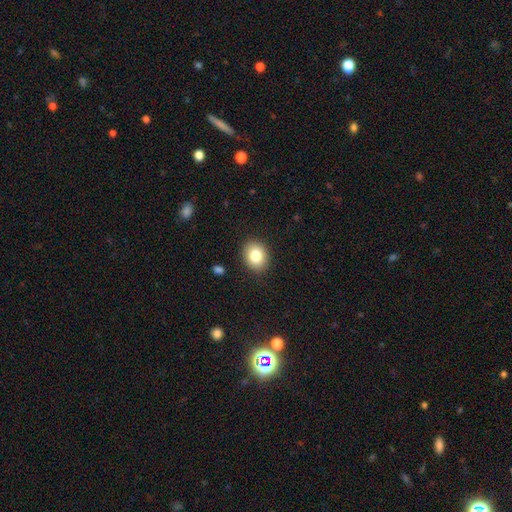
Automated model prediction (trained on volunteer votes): This appears to be a smooth galaxy with no disk features (83%) that is round (58%). Merging: none (89%).